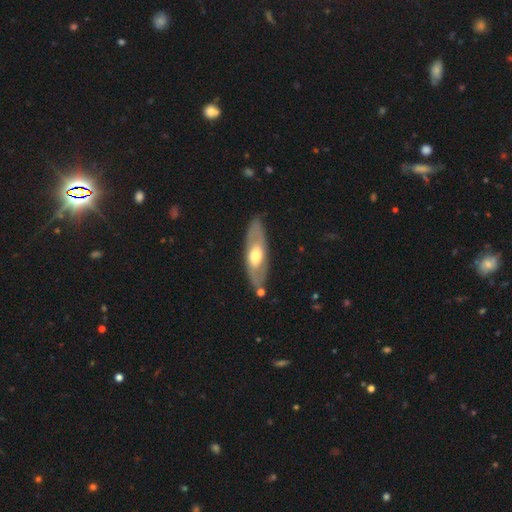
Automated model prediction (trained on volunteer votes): smooth_or_featured: featured or disk (p=0.58) [alt: smooth p=0.37]
disk_edge_on: no (p=0.73) [alt: yes p=0.27]
merging: none (p=0.79) [alt: minor disturbance p=0.13]